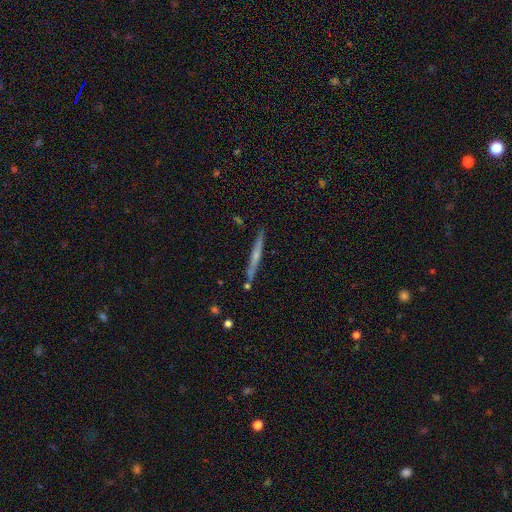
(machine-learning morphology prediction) Q: Smooth or featured?
A: featured or disk (63%); runner-up: smooth (31%)
Q: Edge-on disk?
A: yes (97%); runner-up: no (3%)
Q: Edge-on bulge?
A: rounded (54%); runner-up: none (40%)
Q: Merging?
A: none (86%); runner-up: minor disturbance (9%)